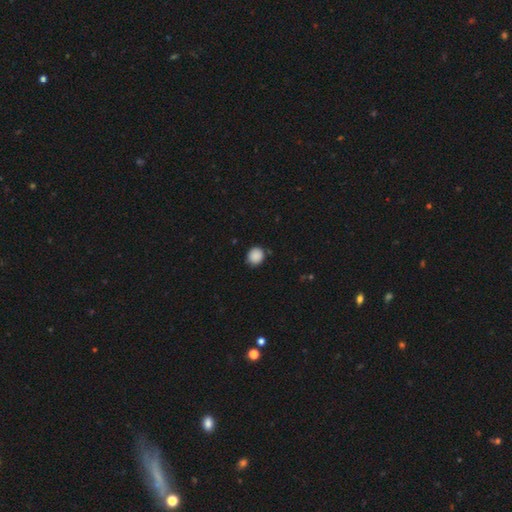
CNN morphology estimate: Smooth or featured? smooth (89%)
How rounded? round (84%)
Merging? none (85%)